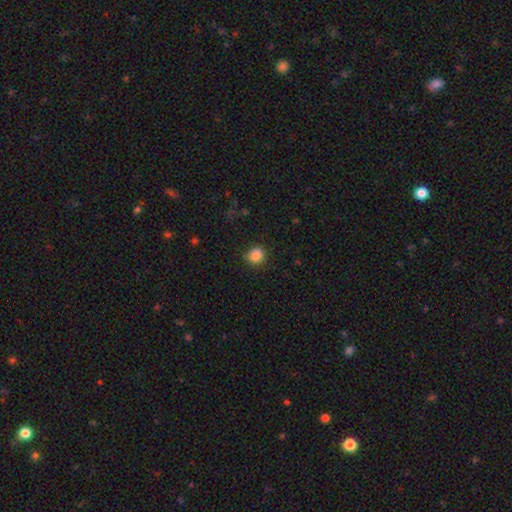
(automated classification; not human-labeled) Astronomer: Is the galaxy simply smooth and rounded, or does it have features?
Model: smooth — 85%.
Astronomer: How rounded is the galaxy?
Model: round — 82%.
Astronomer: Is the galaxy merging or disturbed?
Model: none — 82%.